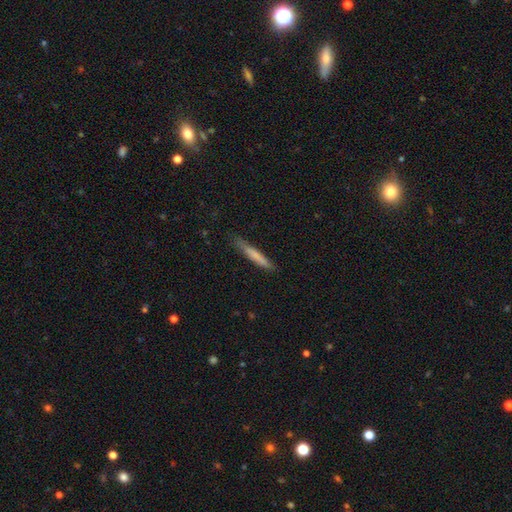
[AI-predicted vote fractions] smooth-or-featured: smooth: 70% | featured or disk: 24% | star or artifact: 6%
  how-rounded: cigar-shaped: 95% | in between: 4% | round: 1%
  merging: none: 83% | minor disturbance: 13% | major disturbance: 2% | merger: 1%